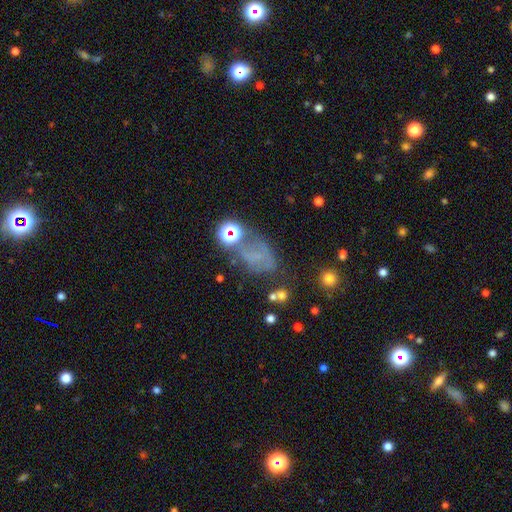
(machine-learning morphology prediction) smooth-or-featured: featured or disk: 37% | smooth: 32% | star or artifact: 31%
  merging: none: 43% | major disturbance: 24% | minor disturbance: 22% | merger: 11%